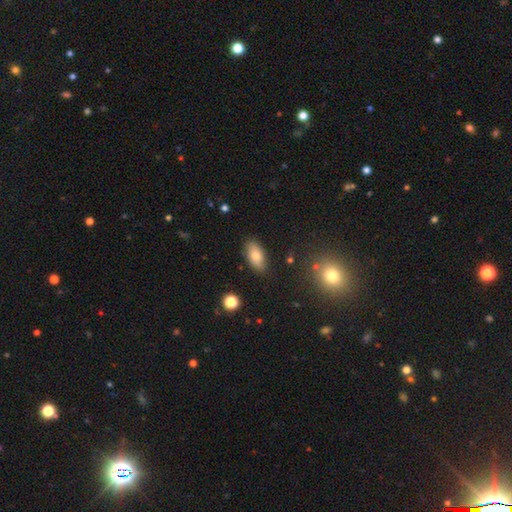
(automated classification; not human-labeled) smooth 78%, featured or disk 13%, star or artifact 8%. Down the decision tree: how rounded — in between (90%); merging — none (84%).